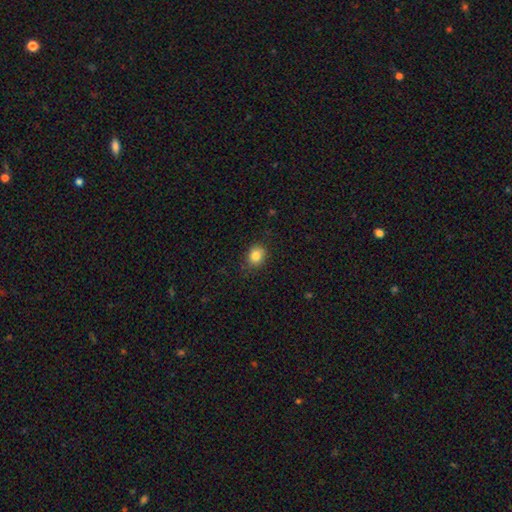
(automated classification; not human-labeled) Smooth or featured? smooth (84%)
How rounded? round (58%)
Merging? none (84%)